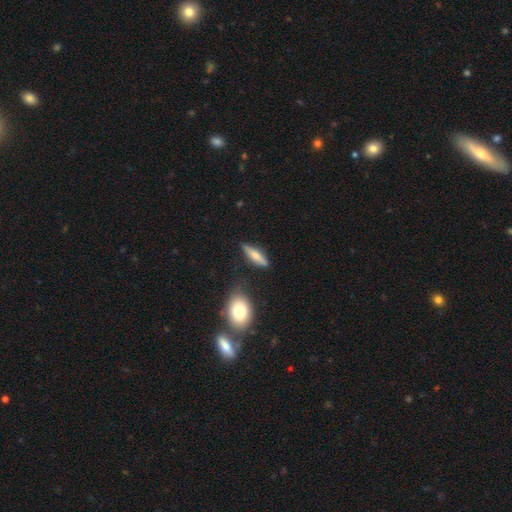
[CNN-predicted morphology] type=smooth (62%); roundness=cigar-shaped (65%); merging=none (79%).